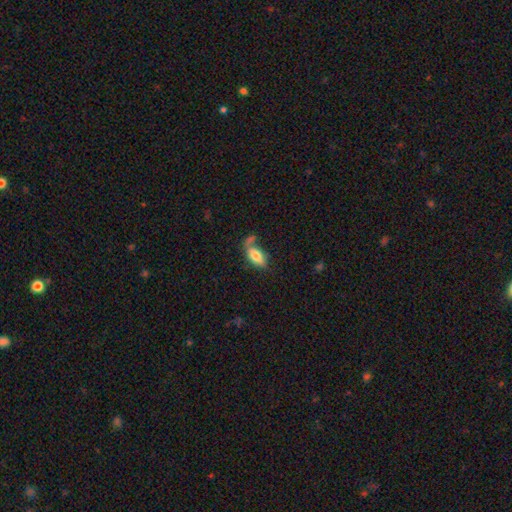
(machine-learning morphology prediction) type=smooth (73%); roundness=in between (85%); merging=none (40%).